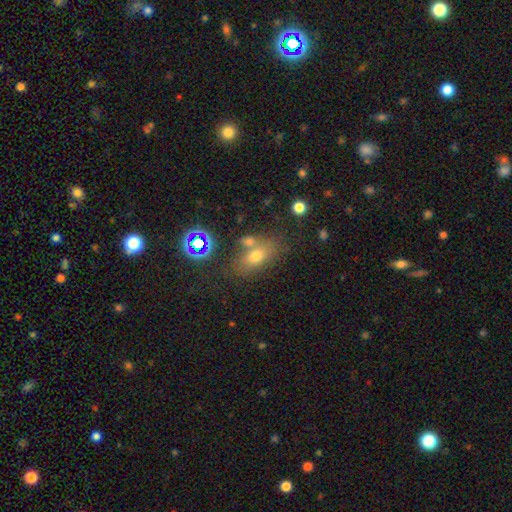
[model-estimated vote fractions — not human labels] The model was most divided on "merging": none: 59%, merger: 21%, minor disturbance: 14%, major disturbance: 6%. More confident: how rounded — in between (77%); smooth or featured — smooth (65%).